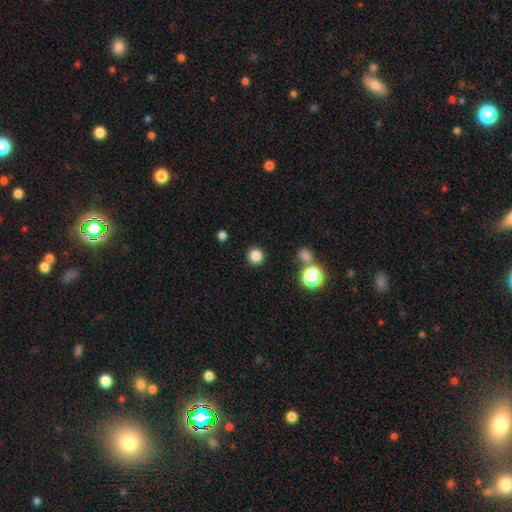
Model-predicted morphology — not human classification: The model was most divided on "smooth or featured": smooth: 84%, star or artifact: 13%, featured or disk: 4%. More confident: how rounded — round (93%); merging — none (90%).